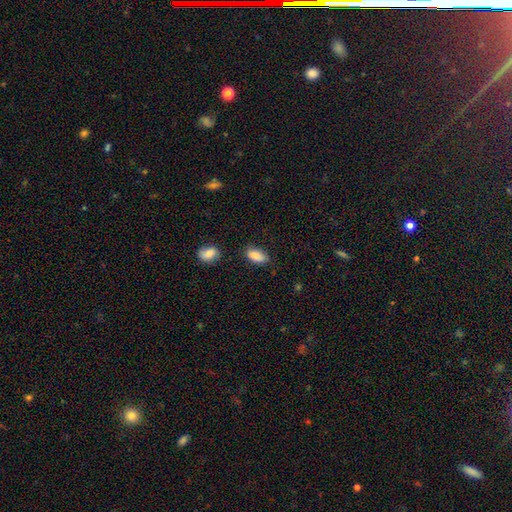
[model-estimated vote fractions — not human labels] Smooth or featured? Predicted: smooth (p=0.88). How rounded? Predicted: in between (p=0.91). Merging? Predicted: none (p=0.79).